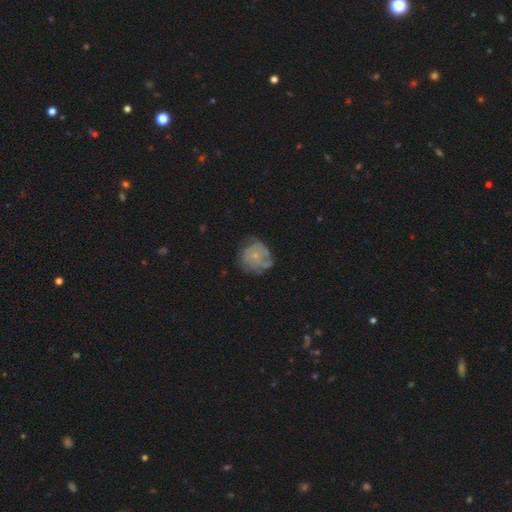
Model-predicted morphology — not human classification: Smooth or featured: featured or disk — 56% (smooth — 35%)
Edge-on disk: no — 98% (yes — 2%)
Bar: no — 87% (weak — 12%)
Spiral arms: yes — 66% (no — 34%)
Bulge size: small — 77% (moderate — 15%)
Merging: none — 56% (minor disturbance — 27%)